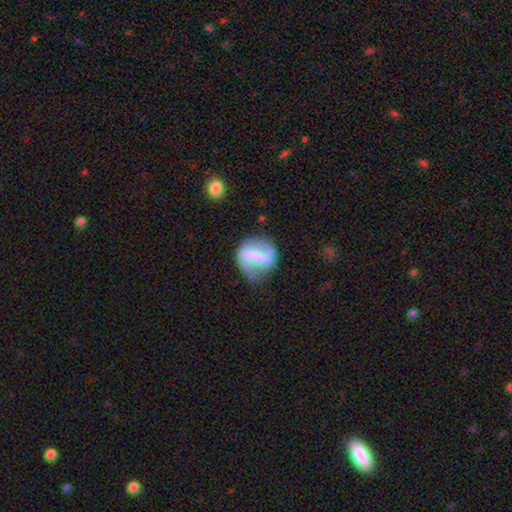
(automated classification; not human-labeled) Smooth or featured? Predicted: featured or disk (p=0.71). Edge-on disk? Predicted: no (p=0.96). Bar? Predicted: strong (p=0.66). Spiral arms? Predicted: yes (p=0.77). Spiral winding? Predicted: loose (p=0.55). Spiral arm count? Predicted: 2 (p=0.85). Bulge size? Predicted: none (p=0.44). Merging? Predicted: none (p=0.66).